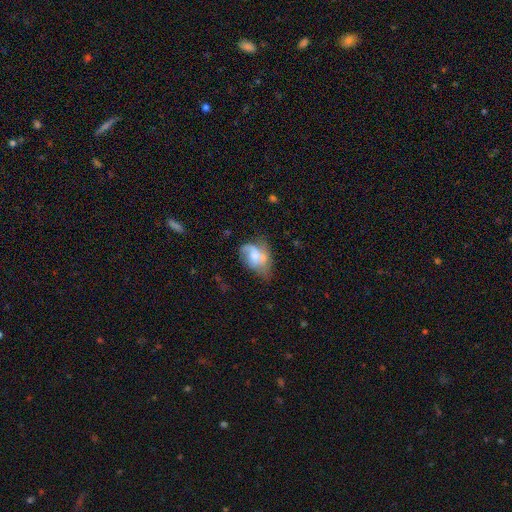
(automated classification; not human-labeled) Q: Smooth or featured?
A: featured or disk (52%); runner-up: smooth (40%)
Q: Edge-on disk?
A: no (96%); runner-up: yes (4%)
Q: Bar?
A: no (66%); runner-up: weak (28%)
Q: Spiral arms?
A: yes (71%); runner-up: no (29%)
Q: Bulge size?
A: moderate (34%); runner-up: small (26%)
Q: Merging?
A: none (33%); runner-up: major disturbance (29%)